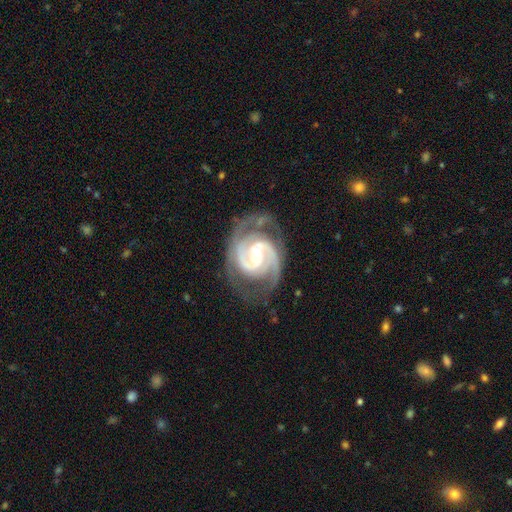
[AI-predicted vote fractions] smooth_or_featured: featured or disk (p=0.94) [alt: star or artifact p=0.04]
disk_edge_on: no (p=0.98) [alt: yes p=0.02]
bar: weak (p=0.47) [alt: no p=0.28]
has_spiral_arms: yes (p=0.99) [alt: no p=0.01]
spiral_winding: tight (p=0.52) [alt: medium p=0.43]
spiral_arm_count: 2 (p=0.79) [alt: 3 p=0.11]
bulge_size: moderate (p=0.53) [alt: small p=0.42]
merging: none (p=0.72) [alt: minor disturbance p=0.18]